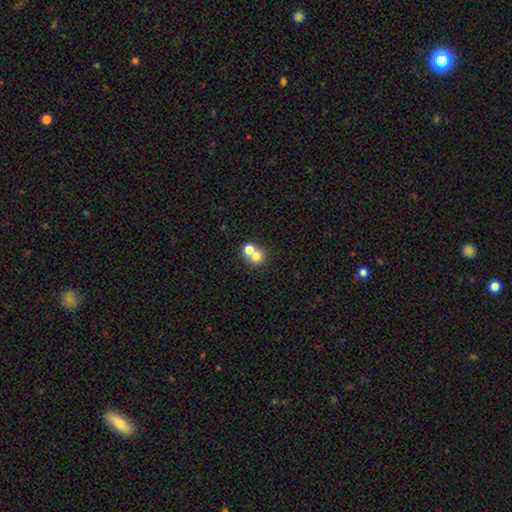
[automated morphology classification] A smooth galaxy with no disk features (71%) that is round (80%).

Vote fractions:
- Smooth or featured? smooth: 71% / featured or disk: 17% / star or artifact: 12%
- How rounded? round: 80% / in between: 19% / cigar-shaped: 1%
- Merging? merger: 56% / none: 36% / minor disturbance: 5% / major disturbance: 3%